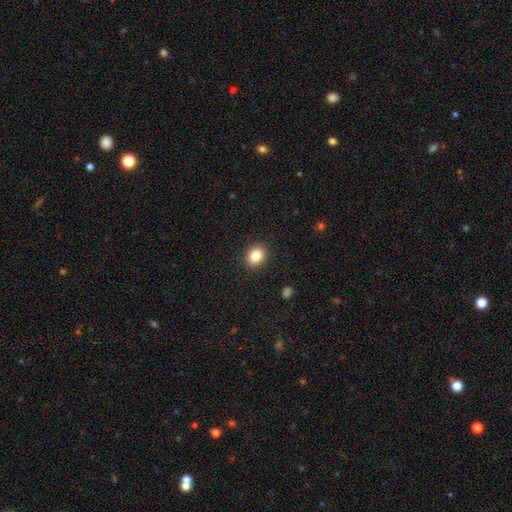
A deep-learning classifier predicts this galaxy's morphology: Smooth or featured?
  - smooth: 84% *
  - star or artifact: 10%
  - featured or disk: 6%
How rounded?
  - round: 57% *
  - in between: 42%
  - cigar-shaped: 1%
Merging?
  - none: 90% *
  - minor disturbance: 7%
  - major disturbance: 2%
  - merger: 1%